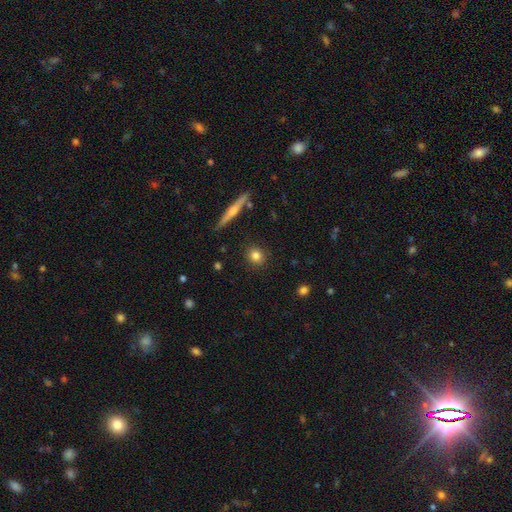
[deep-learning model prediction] A smooth galaxy with no disk features (81%) that is round (83%). Merging: none (89%).